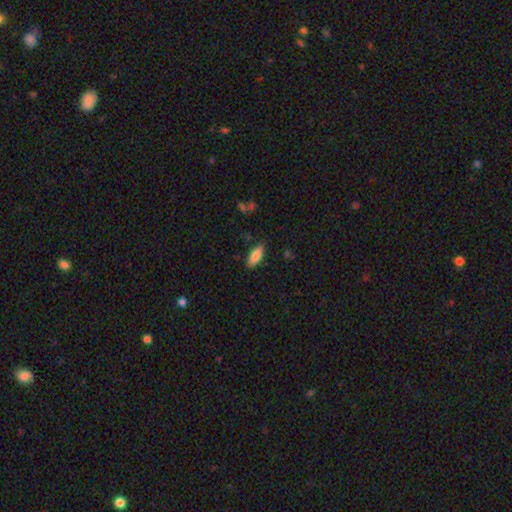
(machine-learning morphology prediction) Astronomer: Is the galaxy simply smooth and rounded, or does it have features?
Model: smooth — 84%.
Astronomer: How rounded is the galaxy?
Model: in between — 81%.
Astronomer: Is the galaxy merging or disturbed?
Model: none — 83%.